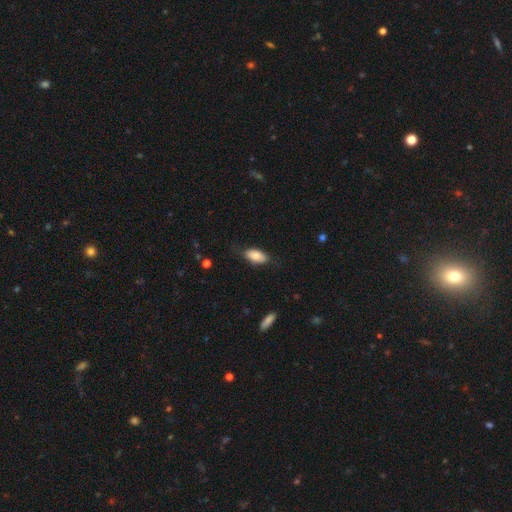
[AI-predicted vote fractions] A smooth galaxy with no disk features (82%) that is in between round and cigar-shaped (91%). Merging: none (75%).